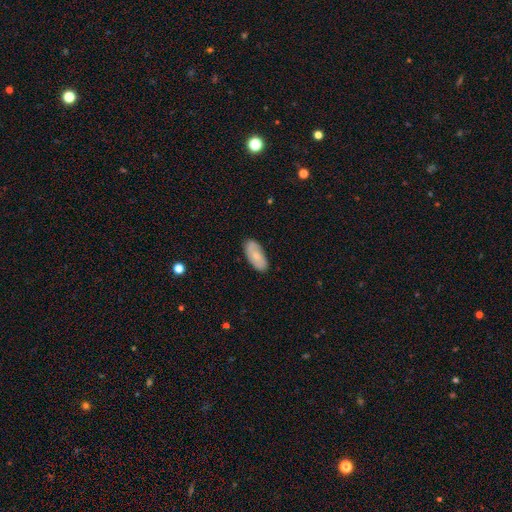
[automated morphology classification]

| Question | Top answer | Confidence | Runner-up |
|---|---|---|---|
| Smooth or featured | smooth | 68% | featured or disk (25%) |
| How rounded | in between | 90% | cigar-shaped (7%) |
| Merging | none | 82% | minor disturbance (14%) |